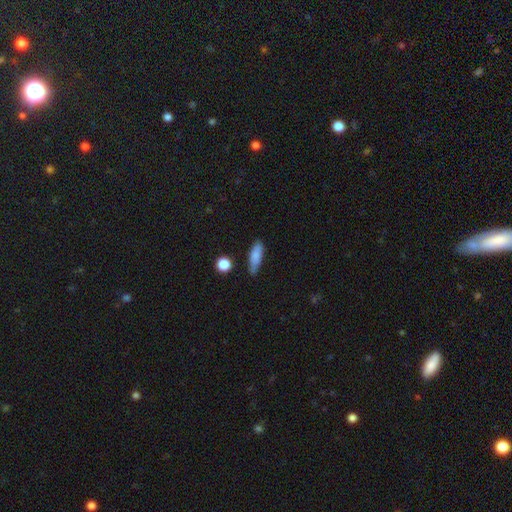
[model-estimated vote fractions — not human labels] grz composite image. It shows a smooth galaxy with no disk features (81%) that is in between round and cigar-shaped (56%). Merging: none (68%).